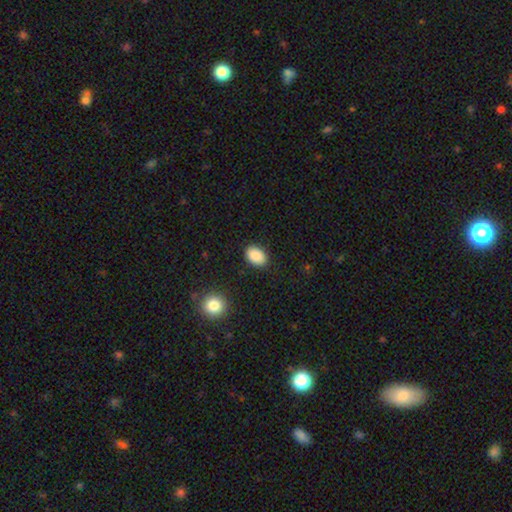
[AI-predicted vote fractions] Smooth or featured?
  - smooth: 89% *
  - star or artifact: 8%
  - featured or disk: 4%
How rounded?
  - in between: 84% *
  - round: 15%
  - cigar-shaped: 1%
Merging?
  - none: 87% *
  - minor disturbance: 9%
  - major disturbance: 2%
  - merger: 1%